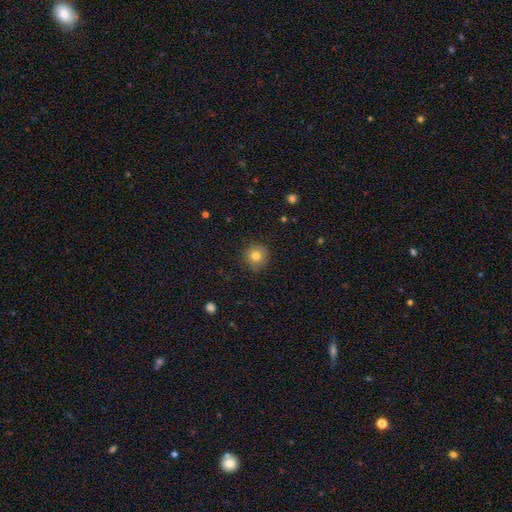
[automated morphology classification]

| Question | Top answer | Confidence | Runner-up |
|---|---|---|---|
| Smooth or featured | smooth | 80% | star or artifact (11%) |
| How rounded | round | 93% | in between (6%) |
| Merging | none | 87% | minor disturbance (10%) |